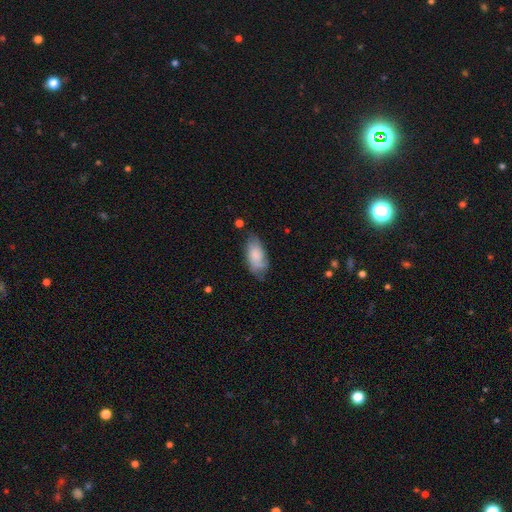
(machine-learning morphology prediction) Overall: smooth (68%). How rounded: in between (91%). Merging: none (54%; minor disturbance 32%).